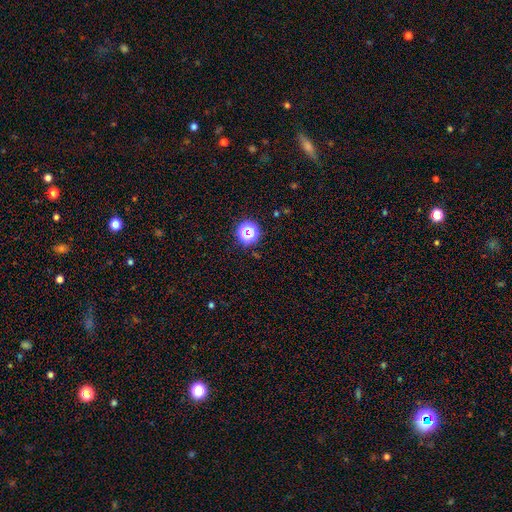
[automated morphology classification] A star or artifact, not a galaxy (67%).